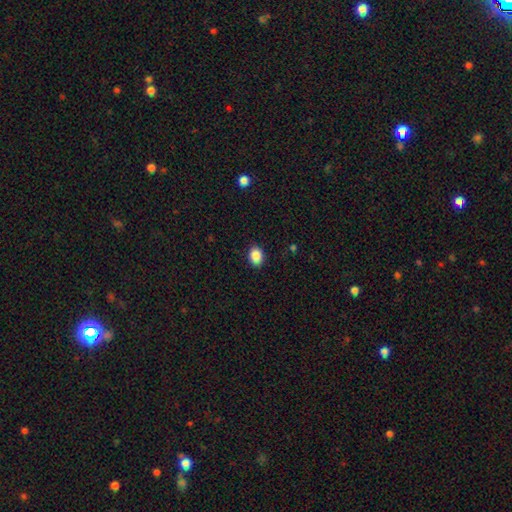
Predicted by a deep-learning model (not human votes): Morphology: type=smooth (89%); roundness=in between (72%); merging=none (89%).